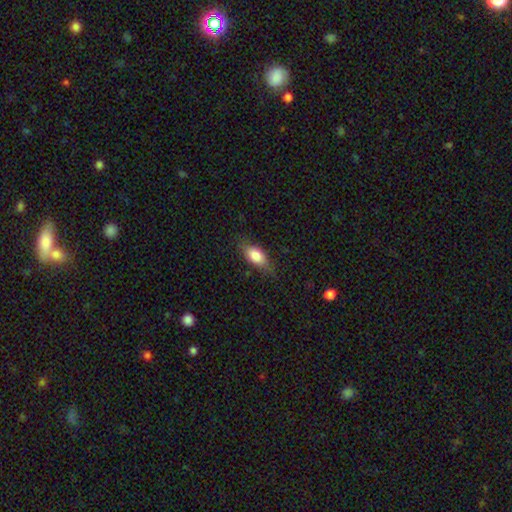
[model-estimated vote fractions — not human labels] Smooth or featured? Predicted: smooth (p=0.77). How rounded? Predicted: in between (p=0.81). Merging? Predicted: none (p=0.72).